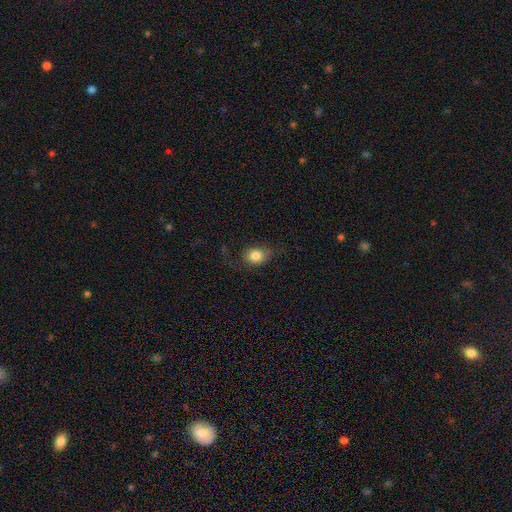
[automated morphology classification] This is clearly a smooth galaxy (80%). How rounded: possibly round (58%). Merging: likely none (61%).